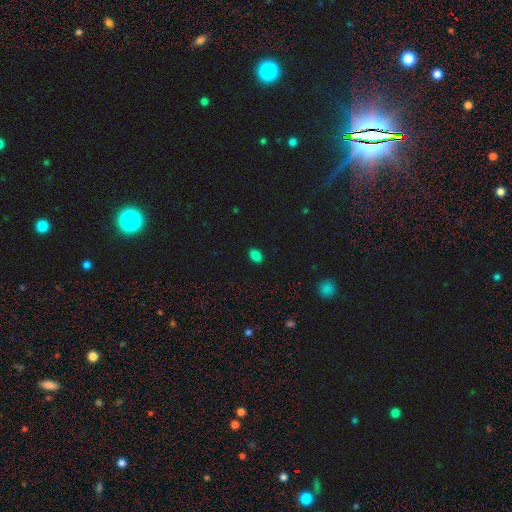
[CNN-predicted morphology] This appears to be a smooth galaxy with no disk features (83%) that is in between round and cigar-shaped (81%). Merging: none (88%).